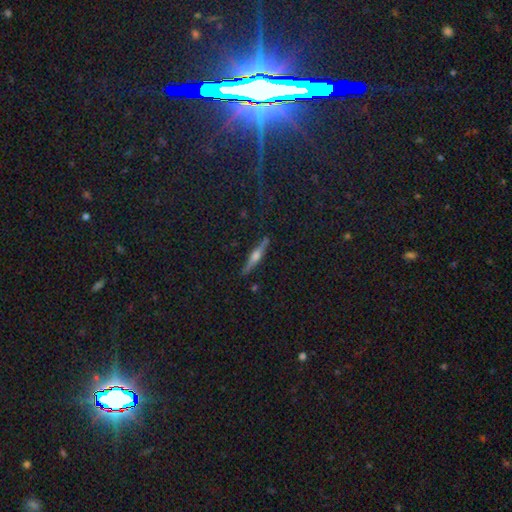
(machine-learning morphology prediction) Smooth or featured?
  - featured or disk: 71% *
  - smooth: 21%
  - star or artifact: 8%
Edge-on disk?
  - yes: 97% *
  - no: 3%
Edge-on bulge?
  - rounded: 89% *
  - boxy: 7%
  - none: 5%
Merging?
  - none: 89% *
  - minor disturbance: 8%
  - major disturbance: 2%
  - merger: 2%